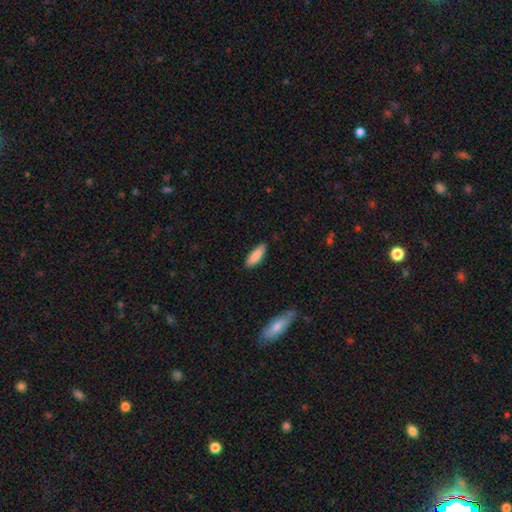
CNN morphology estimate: A smooth galaxy with no disk features (87%) that is in between round and cigar-shaped (63%).

Vote fractions:
- Smooth or featured? smooth: 87% / featured or disk: 7% / star or artifact: 6%
- How rounded? in between: 63% / cigar-shaped: 35% / round: 2%
- Merging? none: 84% / minor disturbance: 13% / major disturbance: 2% / merger: 1%